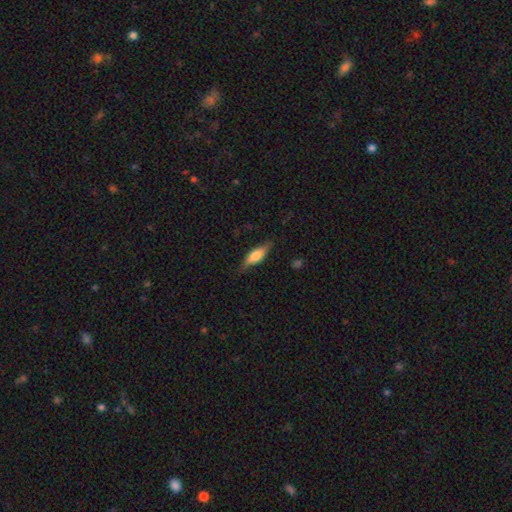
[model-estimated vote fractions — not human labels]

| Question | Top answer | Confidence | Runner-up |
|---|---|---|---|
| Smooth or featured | smooth | 63% | featured or disk (31%) |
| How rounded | in between | 56% | cigar-shaped (41%) |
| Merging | none | 77% | minor disturbance (18%) |